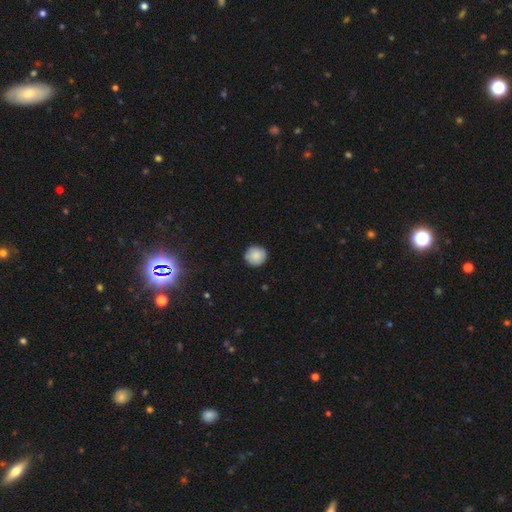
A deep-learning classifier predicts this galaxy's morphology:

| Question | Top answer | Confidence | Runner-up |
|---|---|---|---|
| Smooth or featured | smooth | 87% | star or artifact (8%) |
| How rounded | round | 93% | in between (6%) |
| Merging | none | 90% | minor disturbance (8%) |